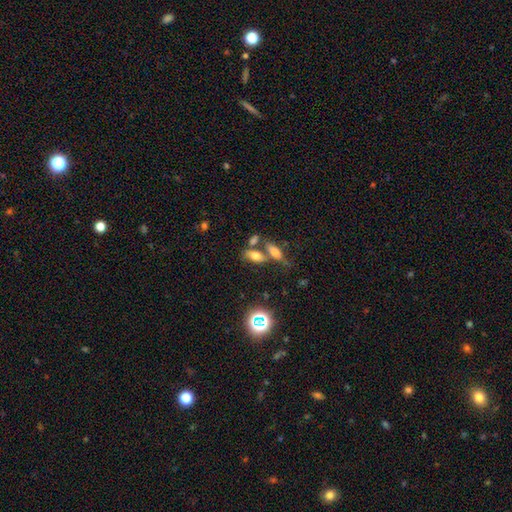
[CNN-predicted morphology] Smooth or featured? Predicted: smooth (p=0.65). How rounded? Predicted: in between (p=0.77). Merging? Predicted: none (p=0.49).